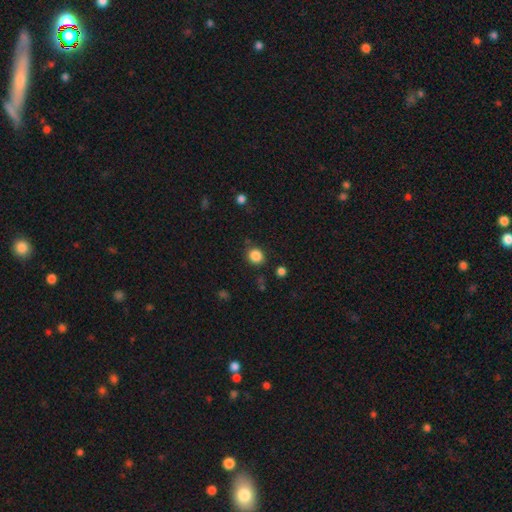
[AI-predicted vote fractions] The model was most divided on "how rounded": round: 80%, in between: 19%, cigar-shaped: 1%. More confident: smooth or featured — smooth (86%); merging — none (84%).